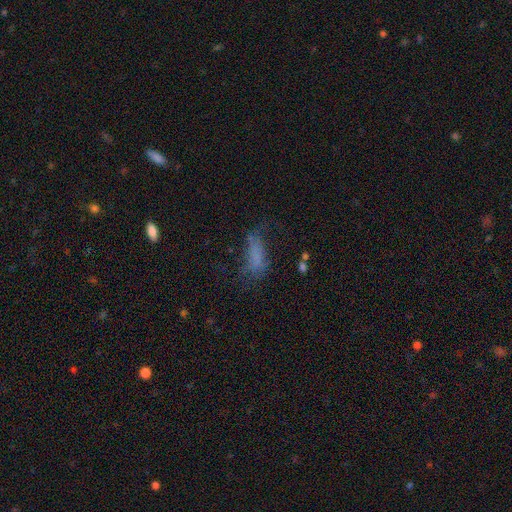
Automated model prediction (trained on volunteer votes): Smooth or featured?
  - smooth: 60% *
  - featured or disk: 23%
  - star or artifact: 17%
How rounded?
  - in between: 75% *
  - cigar-shaped: 21%
  - round: 4%
Merging?
  - none: 36% *
  - major disturbance: 34%
  - minor disturbance: 26%
  - merger: 4%